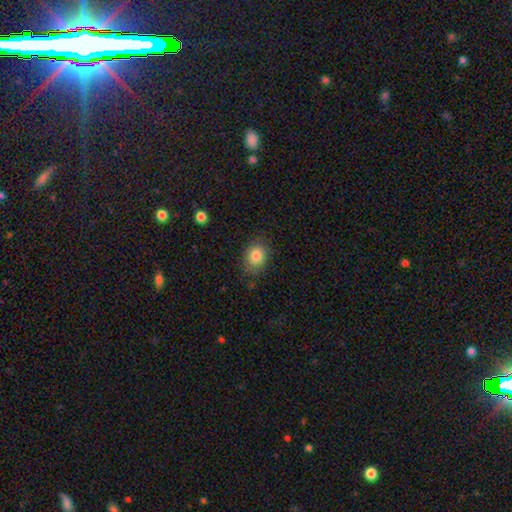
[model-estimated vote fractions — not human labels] smooth 84%, star or artifact 9%, featured or disk 7%. Down the decision tree: how rounded — in between (55%); merging — none (80%).